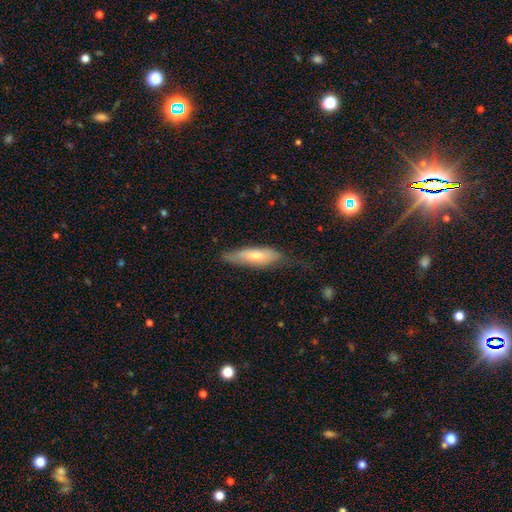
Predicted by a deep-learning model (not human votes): Overall: smooth (64%; featured or disk 30%). How rounded: cigar-shaped (60%; in between 38%). Merging: none (57%; minor disturbance 31%).